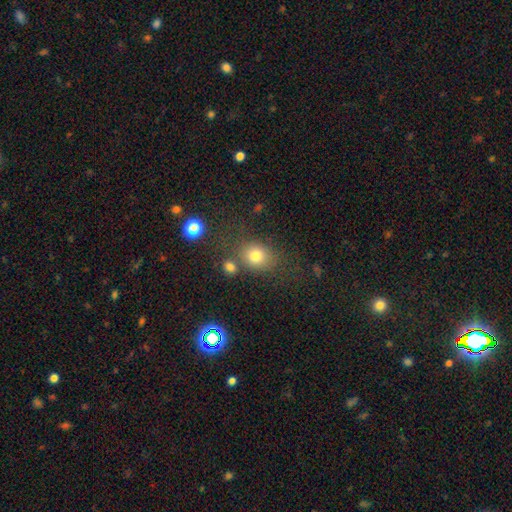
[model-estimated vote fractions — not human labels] Smooth or featured: smooth — 77% (star or artifact — 14%)
How rounded: round — 65% (in between — 34%)
Merging: none — 67% (minor disturbance — 14%)